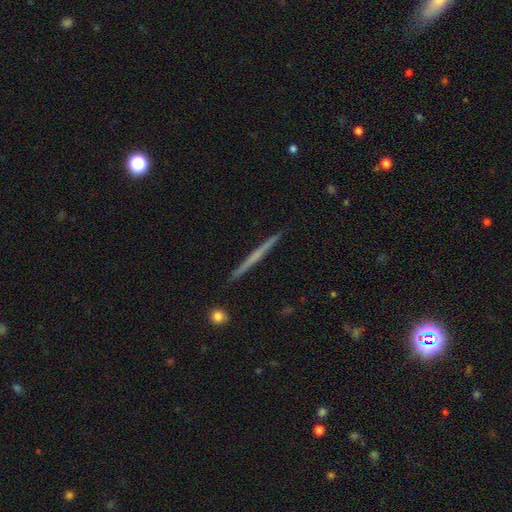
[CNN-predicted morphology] This appears to be a featured or disk galaxy (58%) viewed edge-on (98%) with no central bulge (84%). Merging: none (93%).